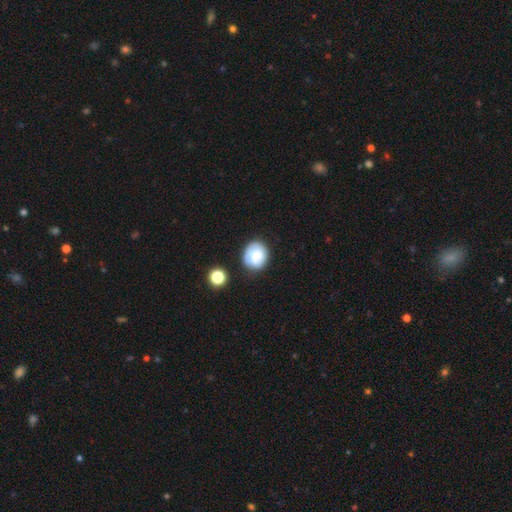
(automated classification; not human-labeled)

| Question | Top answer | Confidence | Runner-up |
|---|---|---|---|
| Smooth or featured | smooth | 69% | featured or disk (22%) |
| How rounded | round | 73% | in between (26%) |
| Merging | none | 68% | minor disturbance (21%) |